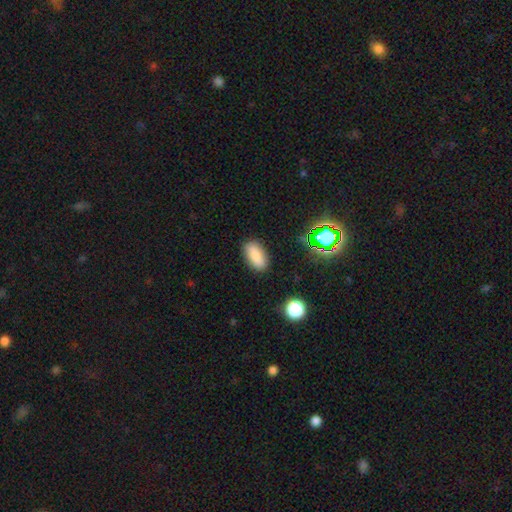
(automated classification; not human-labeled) smooth 84%, star or artifact 10%, featured or disk 6%. Down the decision tree: how rounded — in between (88%); merging — none (87%).